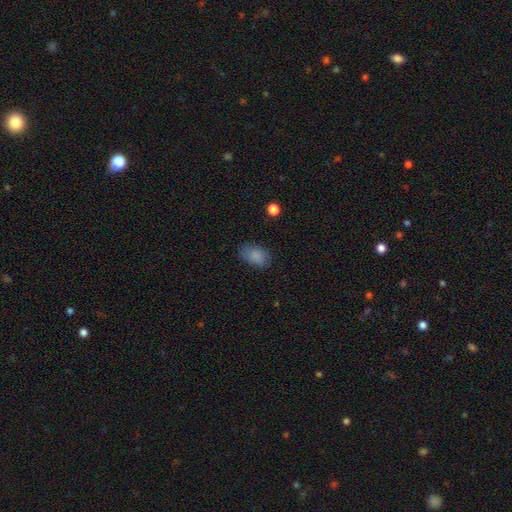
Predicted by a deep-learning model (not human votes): Overall: smooth (83%). How rounded: in between (83%). Merging: none (70%).